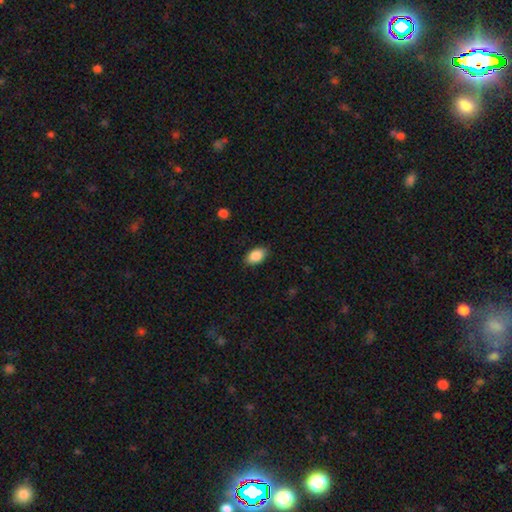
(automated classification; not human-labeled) This appears to be a smooth galaxy with no disk features (88%) that is in between round and cigar-shaped (92%). Merging: none (87%).